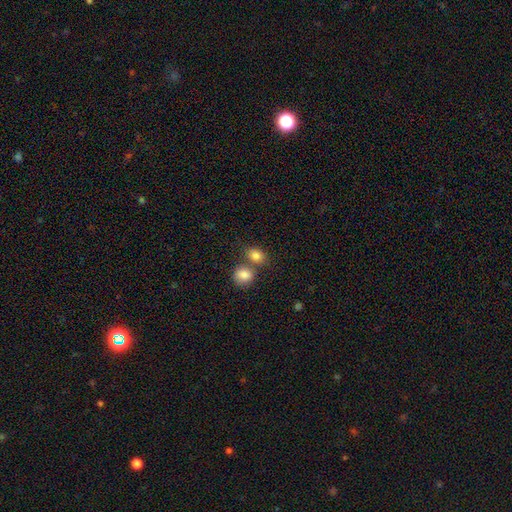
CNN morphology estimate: A smooth galaxy with no disk features (83%) that is in between round and cigar-shaped (54%).

Vote fractions:
- Smooth or featured? smooth: 83% / star or artifact: 10% / featured or disk: 7%
- How rounded? in between: 54% / round: 45% / cigar-shaped: 1%
- Merging? none: 49% / merger: 38% / minor disturbance: 10% / major disturbance: 3%